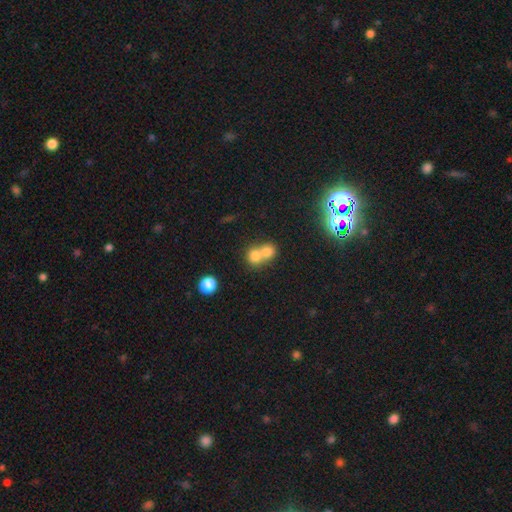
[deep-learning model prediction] This appears to be a smooth galaxy with no disk features (75%) that is round (79%). Merging: merger (65%).